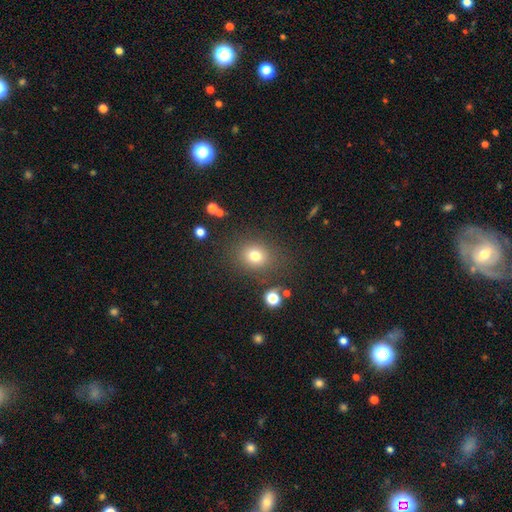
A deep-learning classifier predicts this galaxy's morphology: Smooth or featured: smooth — 55% (star or artifact — 35%)
How rounded: round — 81% (in between — 18%)
Merging: none — 86% (minor disturbance — 7%)